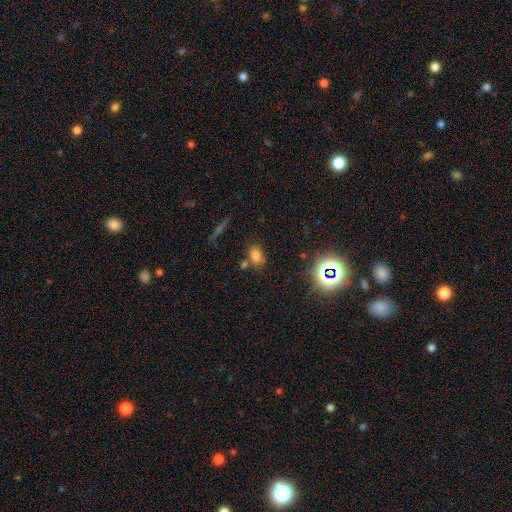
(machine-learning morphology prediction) The model was most divided on "merging": none: 66%, merger: 15%, minor disturbance: 14%, major disturbance: 5%. More confident: how rounded — in between (81%); smooth or featured — smooth (72%).